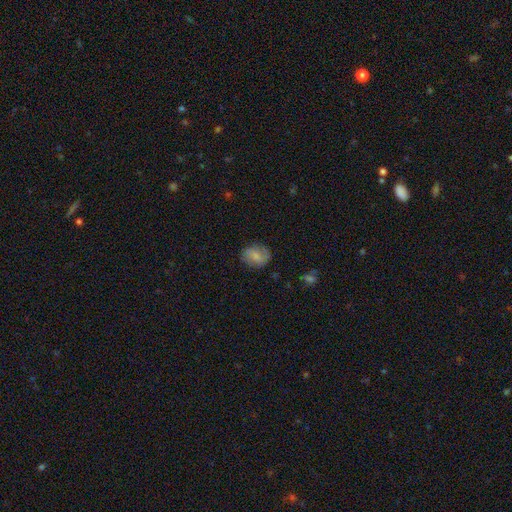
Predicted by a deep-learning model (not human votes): The model was most divided on "how rounded": in between: 52%, round: 47%, cigar-shaped: 1%. More confident: merging — none (76%); smooth or featured — smooth (72%).